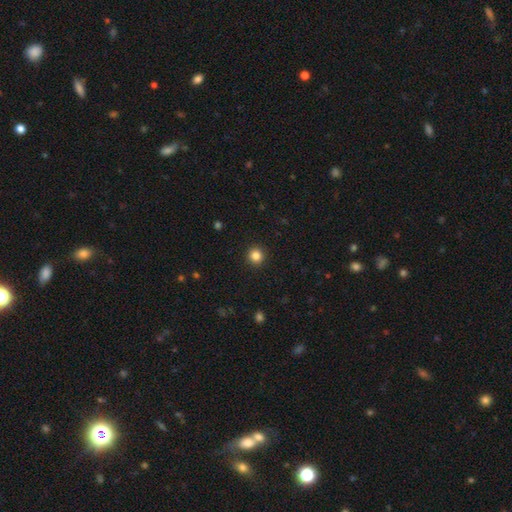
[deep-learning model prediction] This appears to be a smooth galaxy with no disk features (84%) that is round (94%). Merging: none (93%).